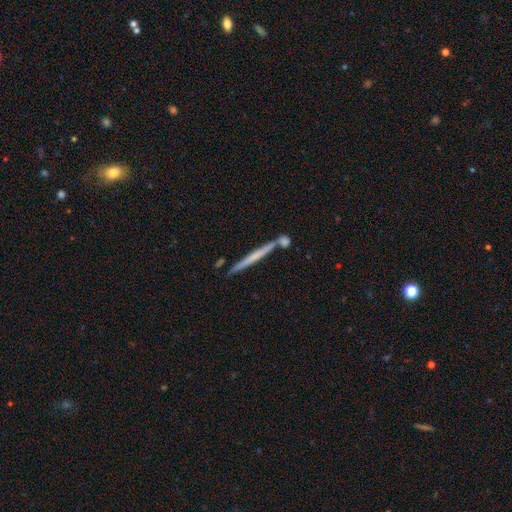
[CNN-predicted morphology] Smooth or featured: featured or disk — 53% (smooth — 41%)
Edge-on disk: yes — 97% (no — 3%)
Edge-on bulge: none — 78% (rounded — 16%)
Merging: none — 80% (merger — 9%)